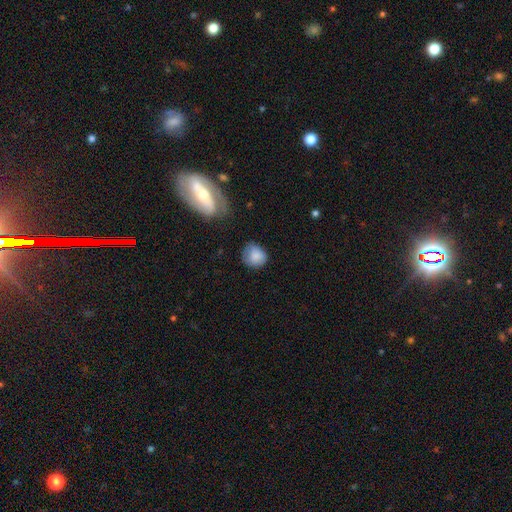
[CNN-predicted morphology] Smooth or featured?
  - smooth: 83% *
  - featured or disk: 10%
  - star or artifact: 8%
How rounded?
  - round: 76% *
  - in between: 23%
  - cigar-shaped: 1%
Merging?
  - none: 64% *
  - minor disturbance: 26%
  - major disturbance: 8%
  - merger: 2%